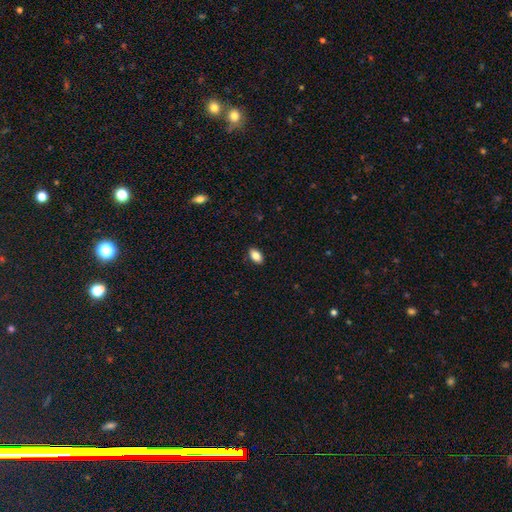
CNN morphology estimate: Smooth or featured: smooth — 85% (star or artifact — 8%)
How rounded: in between — 91% (round — 7%)
Merging: none — 89% (minor disturbance — 8%)